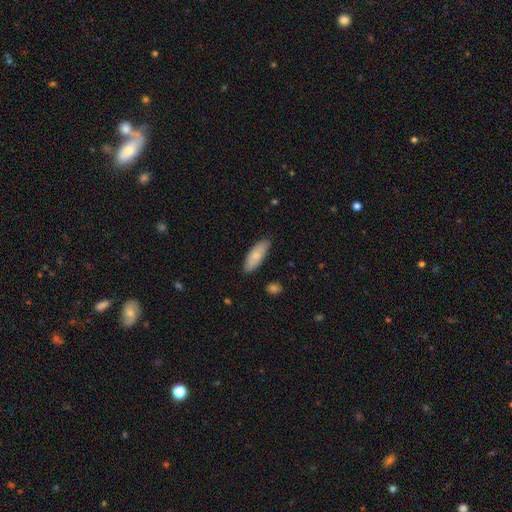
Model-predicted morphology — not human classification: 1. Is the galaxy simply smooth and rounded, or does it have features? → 80% smooth, 14% featured or disk, 6% star or artifact.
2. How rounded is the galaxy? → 67% in between, 31% cigar-shaped, 2% round.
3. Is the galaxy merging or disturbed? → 84% none, 13% minor disturbance, 2% major disturbance, 1% merger.